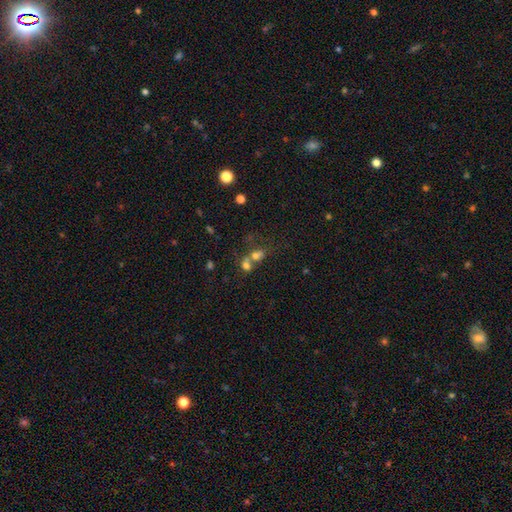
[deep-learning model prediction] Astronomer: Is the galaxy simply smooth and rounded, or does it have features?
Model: smooth — 66%.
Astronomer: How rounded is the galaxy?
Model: round — 54% (runner-up: in between, 44%).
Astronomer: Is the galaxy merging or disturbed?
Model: merger — 63%.